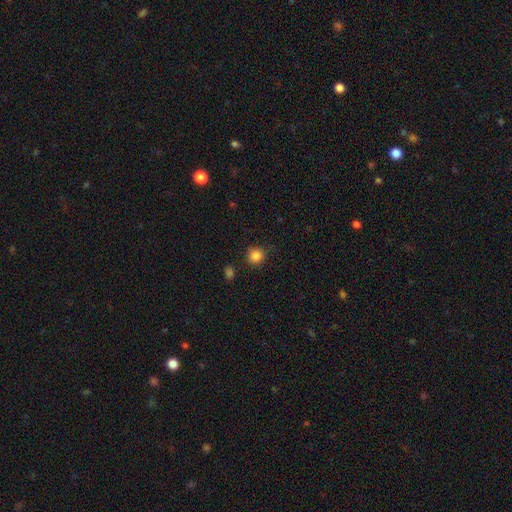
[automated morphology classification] The model was most divided on "smooth or featured": smooth: 85%, star or artifact: 11%, featured or disk: 4%. More confident: how rounded — round (91%); merging — none (85%).